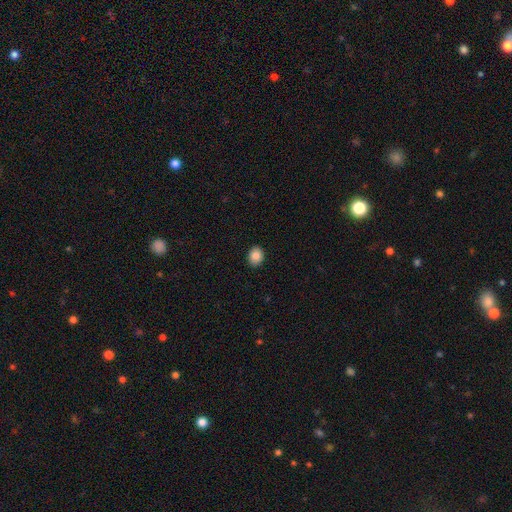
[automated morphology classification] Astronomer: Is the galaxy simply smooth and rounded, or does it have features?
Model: smooth — 85%.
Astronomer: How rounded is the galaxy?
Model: in between — 54% (runner-up: round, 46%).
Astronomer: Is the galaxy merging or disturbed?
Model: none — 91%.